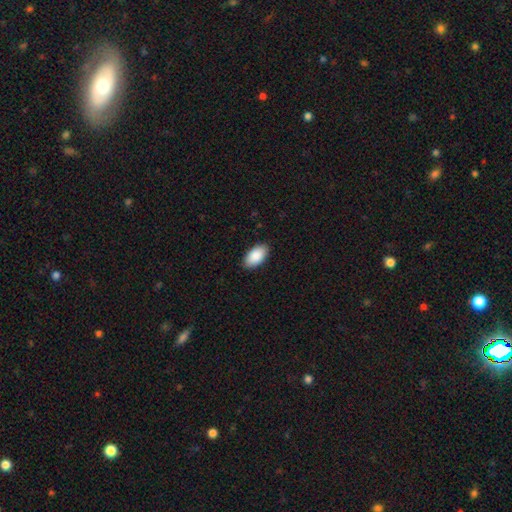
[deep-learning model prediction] This appears to be a smooth galaxy with no disk features (90%) that is in between round and cigar-shaped (96%). Merging: none (88%).